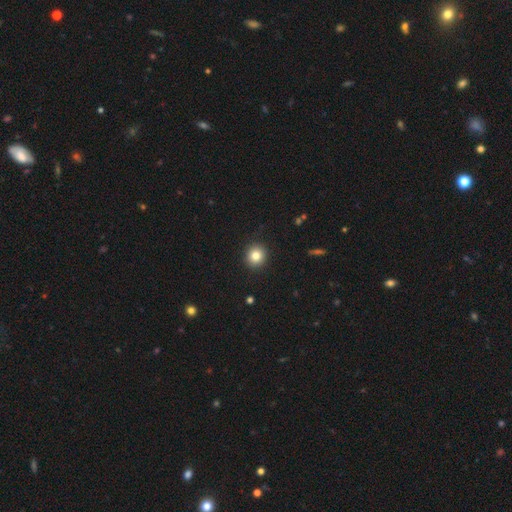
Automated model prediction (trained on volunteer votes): smooth_or_featured: smooth (p=0.82) [alt: star or artifact p=0.11]
how_rounded: round (p=0.92) [alt: in between p=0.07]
merging: none (p=0.92) [alt: minor disturbance p=0.05]